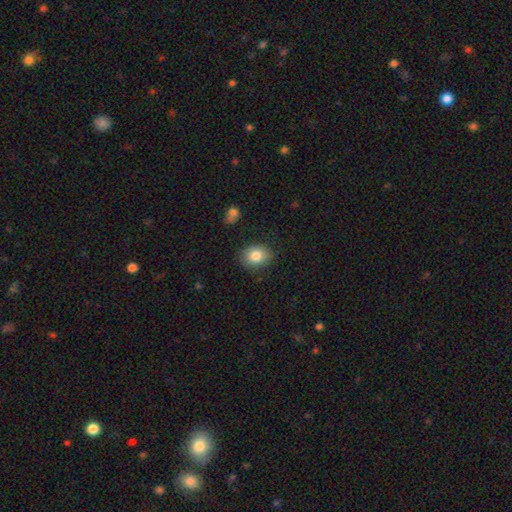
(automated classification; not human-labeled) The model was most divided on "how rounded": in between: 53%, round: 46%, cigar-shaped: 1%. More confident: smooth or featured — smooth (83%); merging — none (83%).